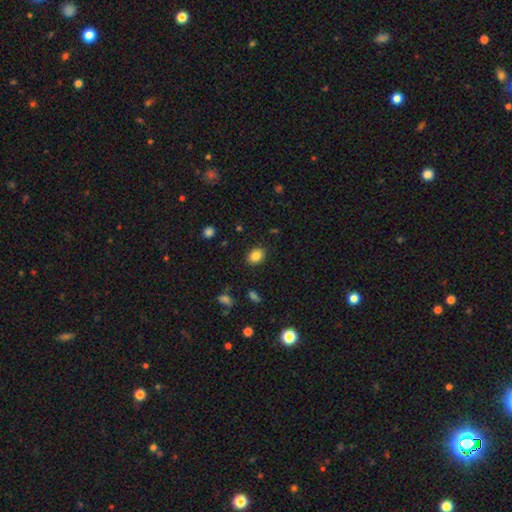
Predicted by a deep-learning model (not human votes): A smooth galaxy with no disk features (84%) that is in between round and cigar-shaped (59%). Merging: none (88%).